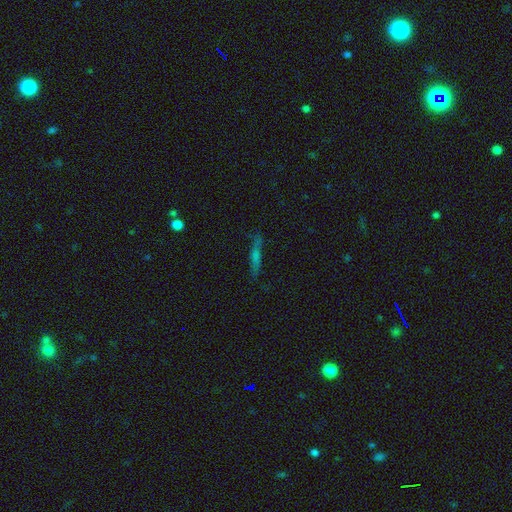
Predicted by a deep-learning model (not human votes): featured or disk 44%, smooth 43%, star or artifact 14%. Down the decision tree: merging — none (84%).